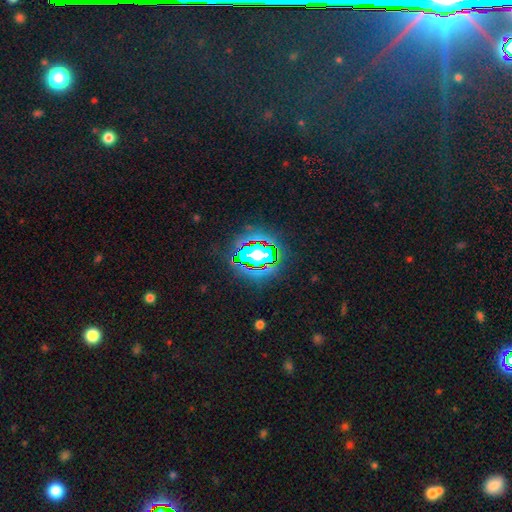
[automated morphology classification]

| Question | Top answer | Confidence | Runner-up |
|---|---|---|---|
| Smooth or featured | star or artifact | 81% | smooth (11%) |